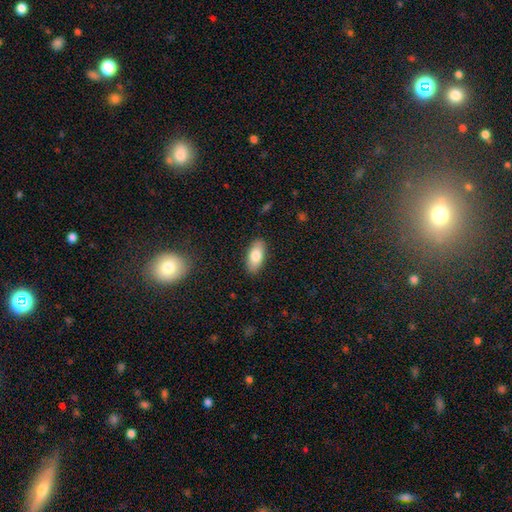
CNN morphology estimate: The model was most divided on "smooth or featured": smooth: 81%, featured or disk: 12%, star or artifact: 7%. More confident: how rounded — in between (89%); merging — none (88%).